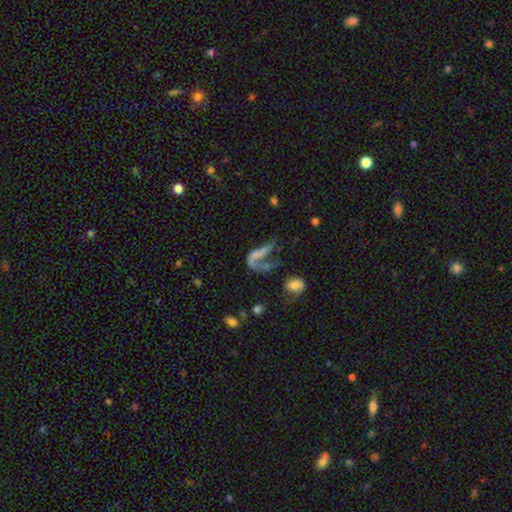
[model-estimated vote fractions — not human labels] This is possibly a featured or disk galaxy (55%). It is clearly not viewed edge-on (91%). Merging: marginally major disturbance (42%).